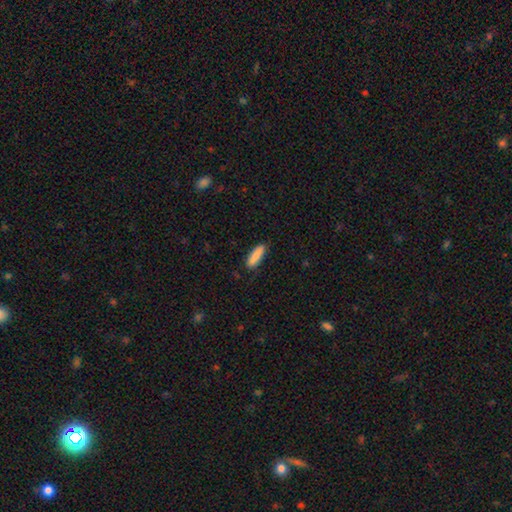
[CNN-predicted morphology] smooth_or_featured: smooth (p=0.88) [alt: star or artifact p=0.06]
how_rounded: cigar-shaped (p=0.62) [alt: in between p=0.36]
merging: none (p=0.84) [alt: minor disturbance p=0.12]